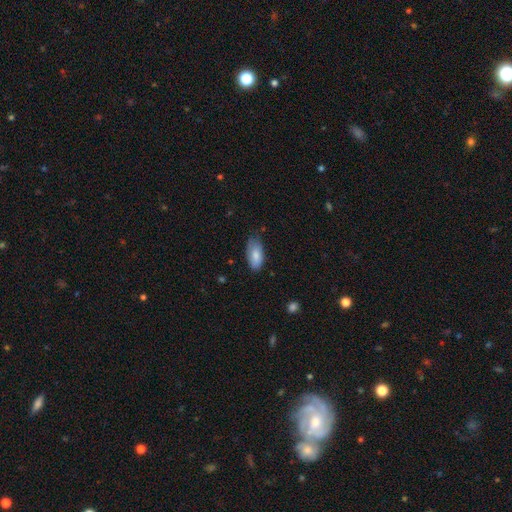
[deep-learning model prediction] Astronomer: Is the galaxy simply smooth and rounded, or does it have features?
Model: smooth — 81%.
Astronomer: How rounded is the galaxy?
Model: in between — 92%.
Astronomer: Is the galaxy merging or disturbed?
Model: none — 67%.